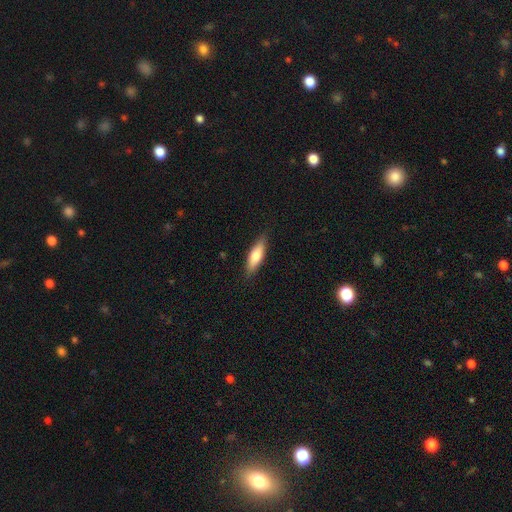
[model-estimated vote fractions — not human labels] Morphology: type=smooth (71%); roundness=in between (50%); merging=none (86%).